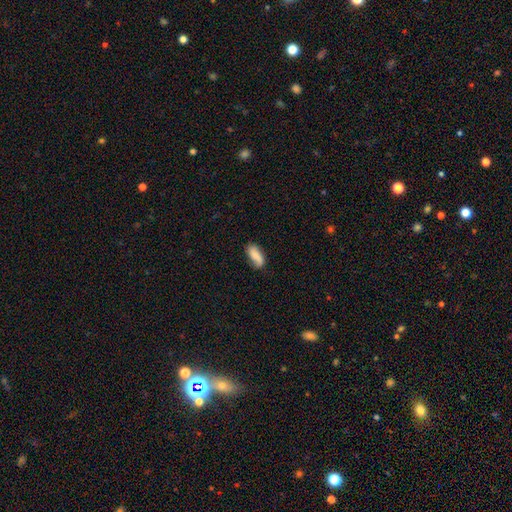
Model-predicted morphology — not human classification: smooth 70%, featured or disk 22%, star or artifact 8%. Down the decision tree: how rounded — in between (85%); merging — none (64%).